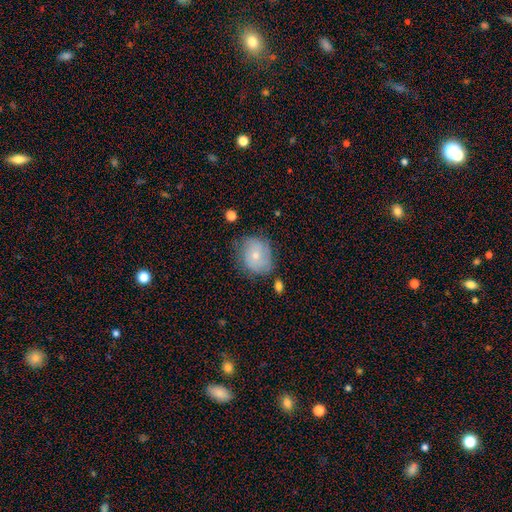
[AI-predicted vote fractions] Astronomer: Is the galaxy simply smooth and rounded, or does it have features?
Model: smooth — 49% (runner-up: featured or disk, 42%).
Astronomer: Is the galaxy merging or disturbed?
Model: none — 64%.